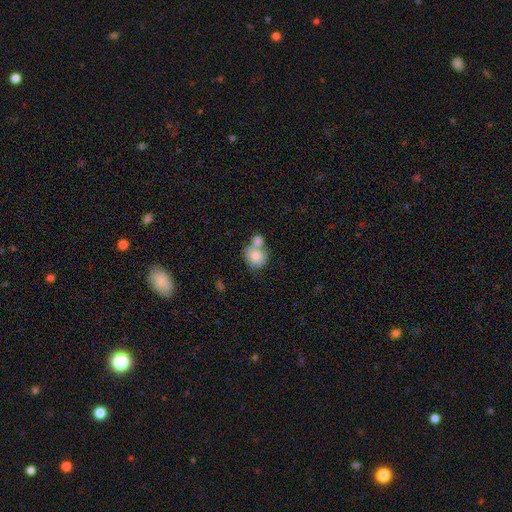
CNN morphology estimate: smooth_or_featured: smooth (p=0.81) [alt: featured or disk p=0.12]
how_rounded: round (p=0.73) [alt: in between p=0.26]
merging: merger (p=0.56) [alt: none p=0.29]